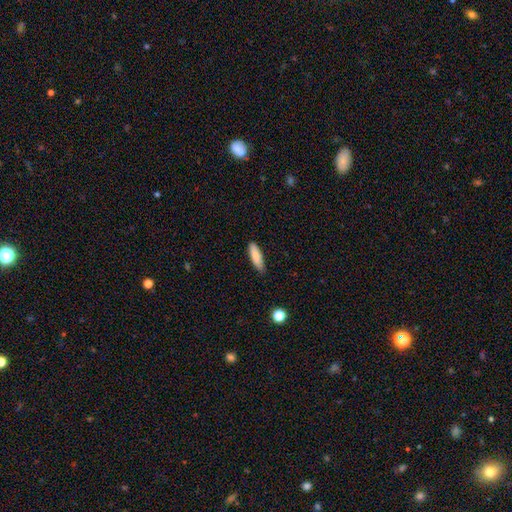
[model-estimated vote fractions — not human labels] This appears to be a smooth galaxy with no disk features (85%) that is cigar-shaped (56%). Merging: none (82%).